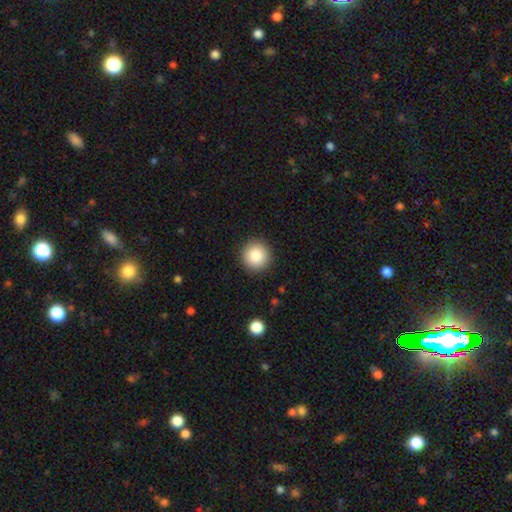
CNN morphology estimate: smooth-or-featured: smooth: 86% | star or artifact: 9% | featured or disk: 5%
  how-rounded: round: 96% | in between: 4% | cigar-shaped: 1%
  merging: none: 92% | minor disturbance: 5% | major disturbance: 2% | merger: 1%